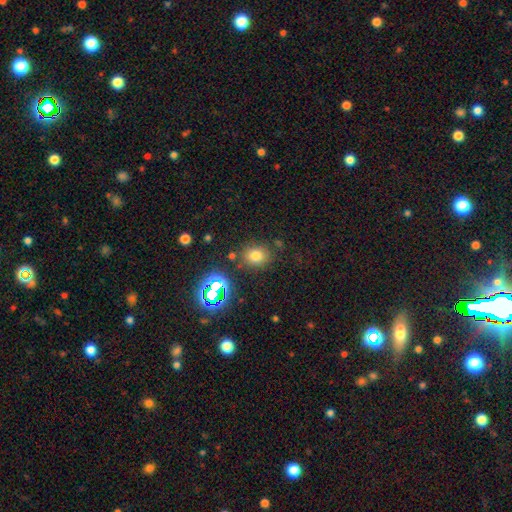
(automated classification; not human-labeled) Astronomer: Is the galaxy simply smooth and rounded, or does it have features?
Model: smooth — 71%.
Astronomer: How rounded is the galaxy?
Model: round — 60% (runner-up: in between, 39%).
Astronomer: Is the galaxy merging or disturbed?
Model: none — 79%.